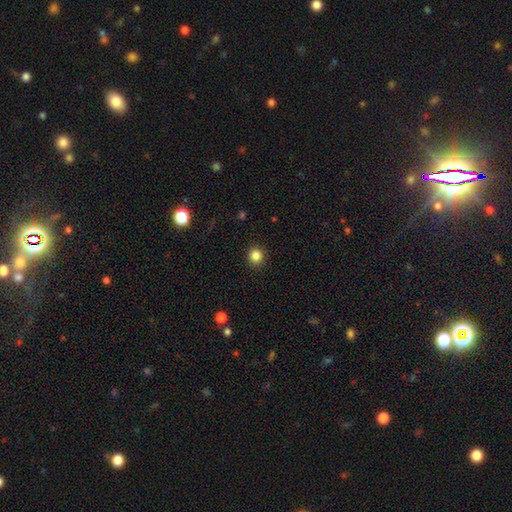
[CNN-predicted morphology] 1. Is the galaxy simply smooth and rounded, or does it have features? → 85% smooth, 11% star or artifact, 4% featured or disk.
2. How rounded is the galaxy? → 92% round, 7% in between, 1% cigar-shaped.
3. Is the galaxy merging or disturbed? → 92% none, 5% minor disturbance, 2% major disturbance, 1% merger.